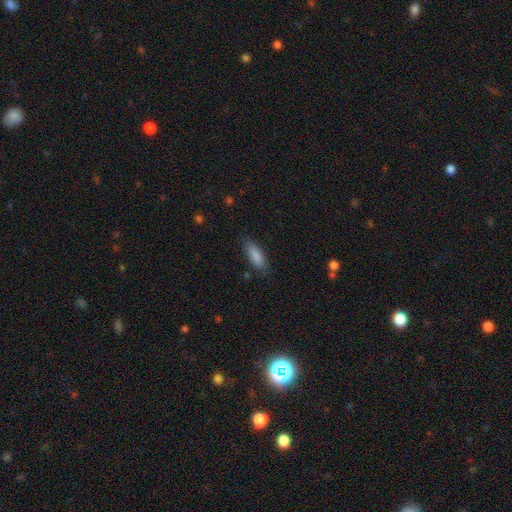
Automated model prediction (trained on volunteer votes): Smooth or featured?
  - smooth: 87% *
  - featured or disk: 7%
  - star or artifact: 6%
How rounded?
  - in between: 65% *
  - cigar-shaped: 33%
  - round: 2%
Merging?
  - none: 81% *
  - minor disturbance: 15%
  - major disturbance: 3%
  - merger: 1%